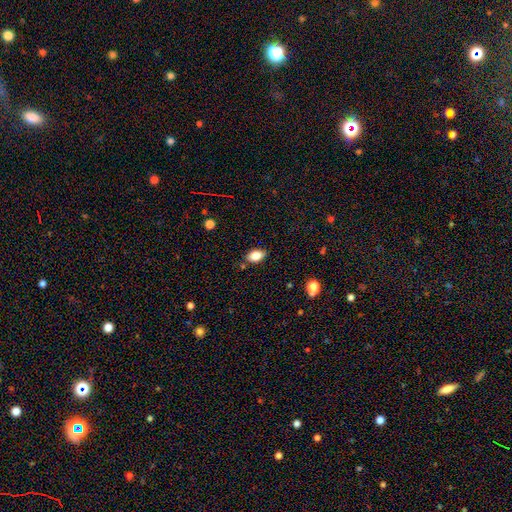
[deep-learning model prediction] Overall: smooth (83%). How rounded: in between (88%). Merging: none (83%).